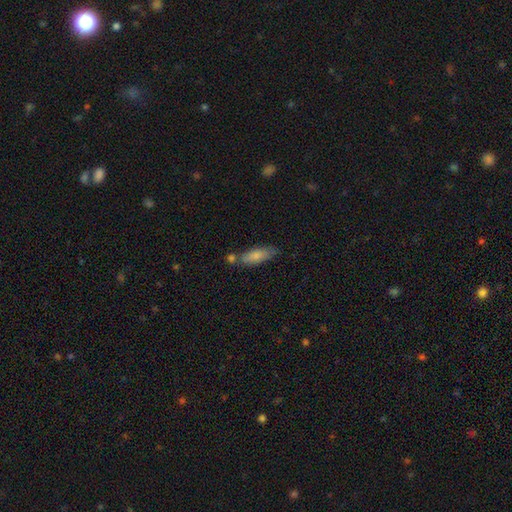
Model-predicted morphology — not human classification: This is likely a smooth galaxy (79%). How rounded: possibly in between (57%). Merging: possibly none (58%).